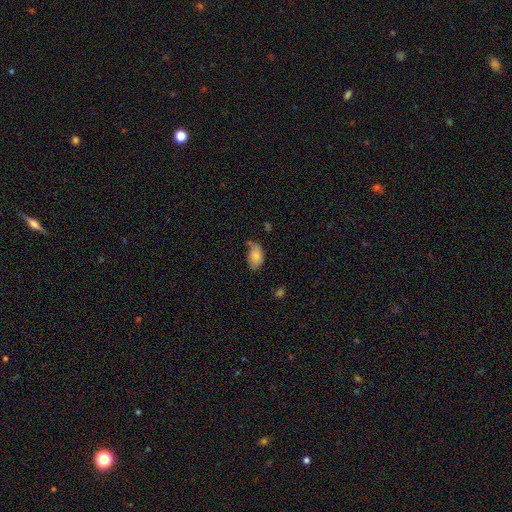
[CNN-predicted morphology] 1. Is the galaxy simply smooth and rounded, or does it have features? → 77% smooth, 15% featured or disk, 8% star or artifact.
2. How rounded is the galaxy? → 92% in between, 6% round, 2% cigar-shaped.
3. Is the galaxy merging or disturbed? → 51% none, 35% minor disturbance, 10% major disturbance, 5% merger.